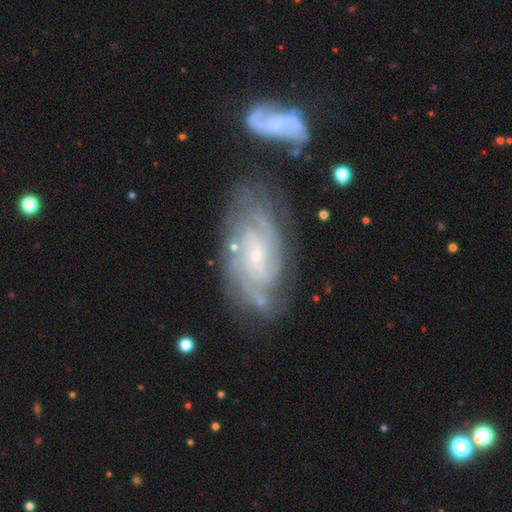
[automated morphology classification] Smooth or featured?
  - featured or disk: 84% *
  - smooth: 10%
  - star or artifact: 6%
Edge-on disk?
  - no: 95% *
  - yes: 5%
Bar?
  - no: 59% *
  - weak: 33%
  - strong: 8%
Spiral arms?
  - yes: 94% *
  - no: 6%
Spiral winding?
  - tight: 64% *
  - medium: 28%
  - loose: 8%
Spiral arm count?
  - can't tell: 42% *
  - 2: 18%
  - 3: 15%
  - 4: 13%
  - more than 4: 6%
  - 1: 5%
Bulge size?
  - small: 83% *
  - moderate: 12%
  - none: 3%
  - large: 1%
  - dominant: 1%
Merging?
  - none: 59% *
  - minor disturbance: 21%
  - major disturbance: 10%
  - merger: 10%